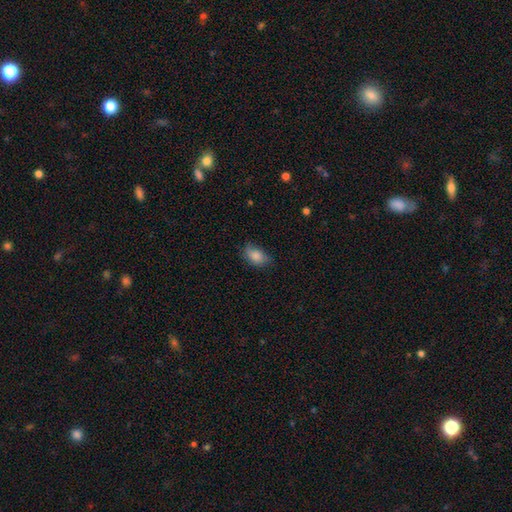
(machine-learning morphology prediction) A smooth galaxy with no disk features (85%) that is in between round and cigar-shaped (86%).

Vote fractions:
- Smooth or featured? smooth: 85% / star or artifact: 8% / featured or disk: 7%
- How rounded? in between: 86% / round: 12% / cigar-shaped: 2%
- Merging? none: 67% / minor disturbance: 26% / major disturbance: 6% / merger: 1%